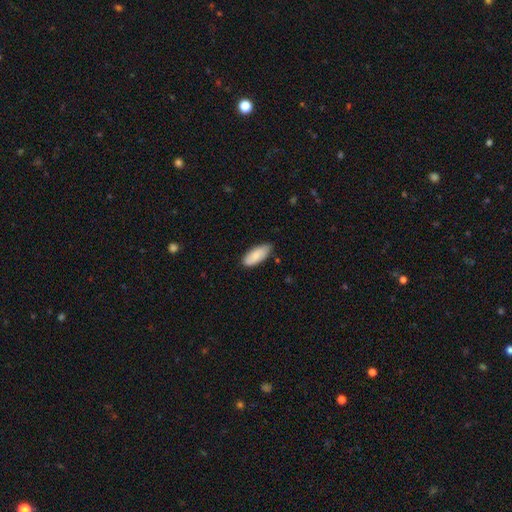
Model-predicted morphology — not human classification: smooth-or-featured: smooth: 82% | featured or disk: 12% | star or artifact: 6%
  how-rounded: in between: 84% | cigar-shaped: 14% | round: 2%
  merging: none: 76% | minor disturbance: 20% | major disturbance: 2% | merger: 2%